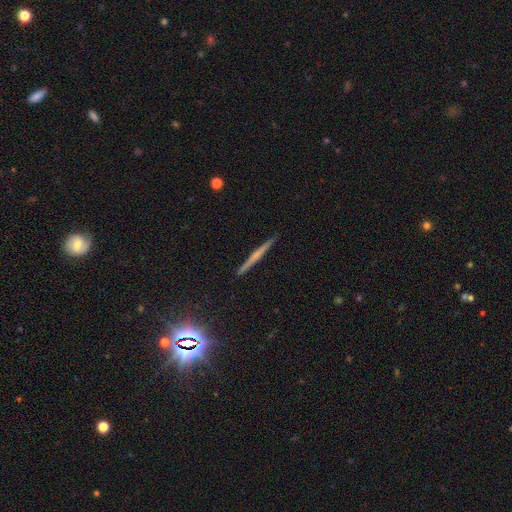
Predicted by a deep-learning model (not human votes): Morphology: type=featured or disk (56%); edge-on=yes (98%); edge-on bulge=none (61%); merging=none (92%).